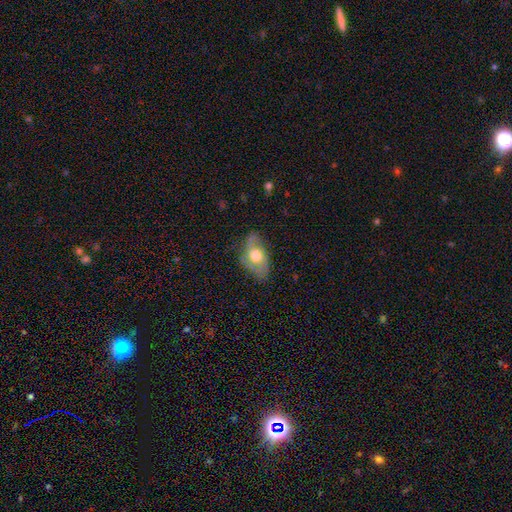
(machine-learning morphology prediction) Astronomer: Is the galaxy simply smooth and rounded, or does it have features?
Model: featured or disk — 55% (runner-up: smooth, 39%).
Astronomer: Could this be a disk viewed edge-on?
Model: no — 89%.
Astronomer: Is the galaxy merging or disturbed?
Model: none — 61%.